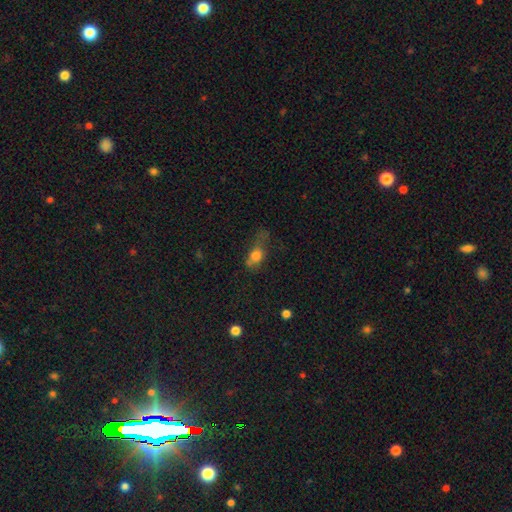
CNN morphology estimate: Smooth or featured: smooth — 72% (featured or disk — 15%)
How rounded: in between — 60% (round — 32%)
Merging: major disturbance — 32% (tied with none — 32%)